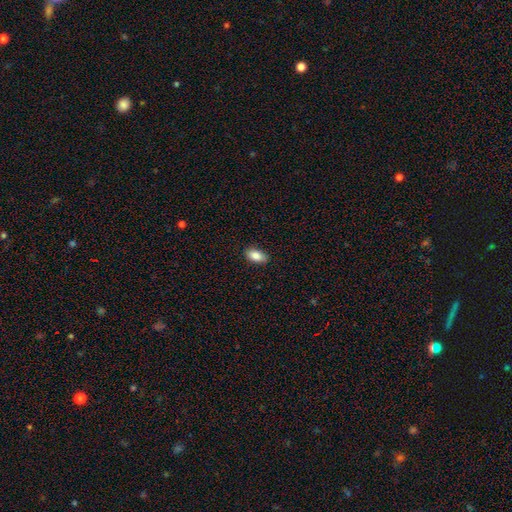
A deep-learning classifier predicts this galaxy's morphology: This is clearly a smooth galaxy (86%). How rounded: clearly in between (92%). Merging: clearly none (87%).